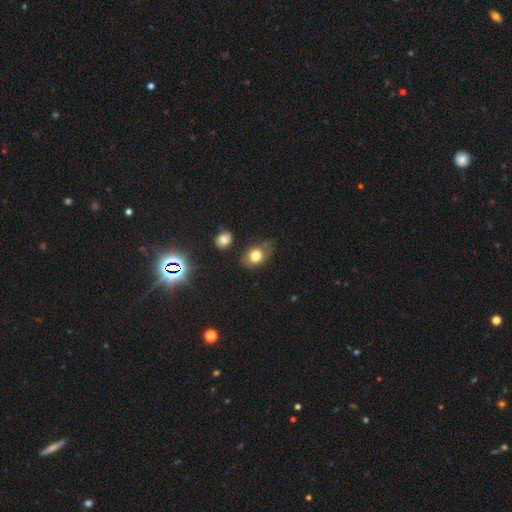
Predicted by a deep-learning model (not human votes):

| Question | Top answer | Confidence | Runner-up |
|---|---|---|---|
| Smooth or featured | smooth | 75% | featured or disk (14%) |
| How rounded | in between | 69% | round (29%) |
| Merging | none | 58% | minor disturbance (28%) |